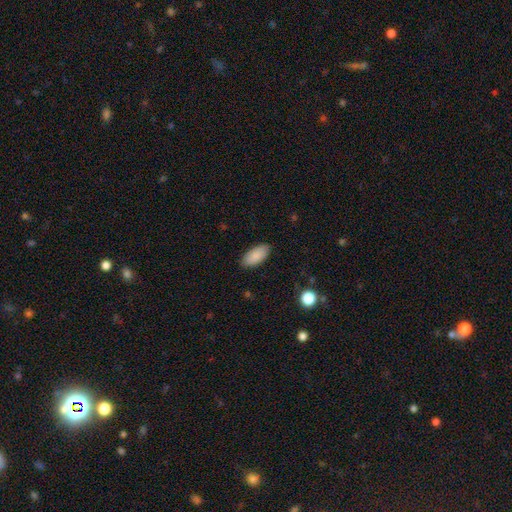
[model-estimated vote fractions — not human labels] This appears to be a smooth galaxy with no disk features (89%) that is in between round and cigar-shaped (92%). Merging: none (87%).